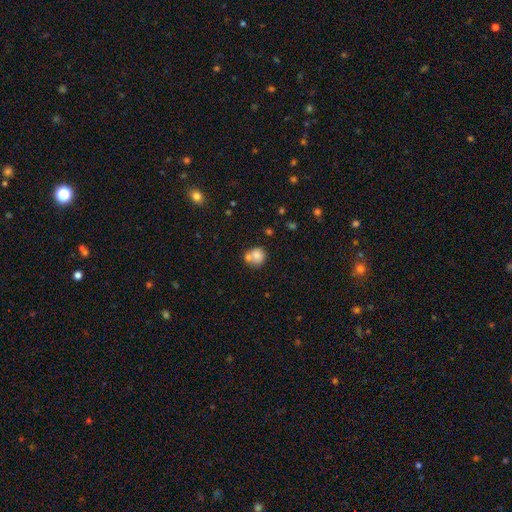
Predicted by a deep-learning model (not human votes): Smooth or featured?
  - smooth: 75% *
  - featured or disk: 15%
  - star or artifact: 10%
How rounded?
  - round: 81% *
  - in between: 18%
  - cigar-shaped: 1%
Merging?
  - none: 43% *
  - merger: 41%
  - minor disturbance: 11%
  - major disturbance: 4%